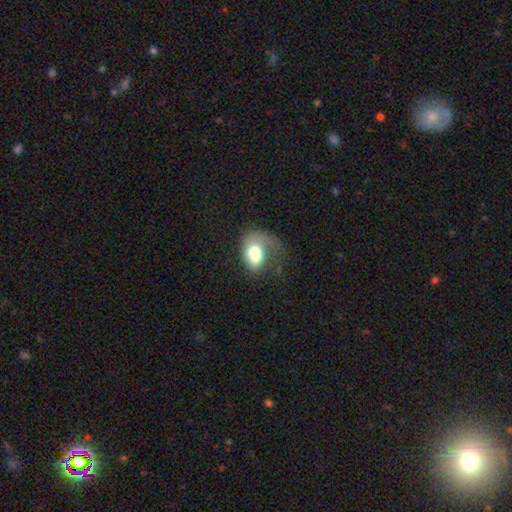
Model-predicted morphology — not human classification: The model was most divided on "merging": major disturbance: 48%, none: 25%, minor disturbance: 24%, merger: 3%. More confident: how rounded — in between (74%); smooth or featured — smooth (58%).